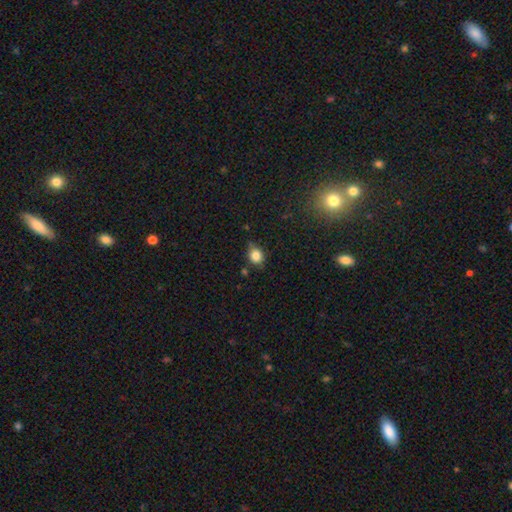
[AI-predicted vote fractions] Overall: smooth (83%). How rounded: round (58%; in between 41%). Merging: none (68%).